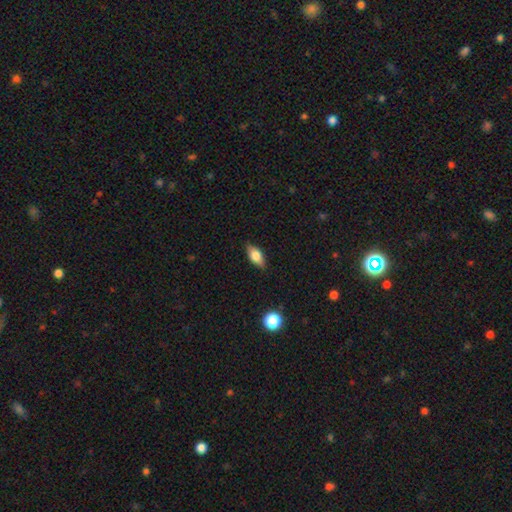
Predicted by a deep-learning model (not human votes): smooth-or-featured: smooth: 73% | featured or disk: 19% | star or artifact: 8%
  how-rounded: in between: 85% | cigar-shaped: 9% | round: 5%
  merging: none: 85% | minor disturbance: 12% | major disturbance: 2% | merger: 1%